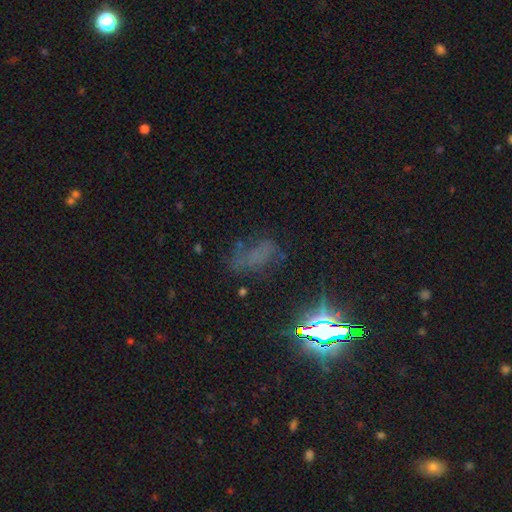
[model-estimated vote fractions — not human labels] star or artifact 45%, featured or disk 28%, smooth 27%.